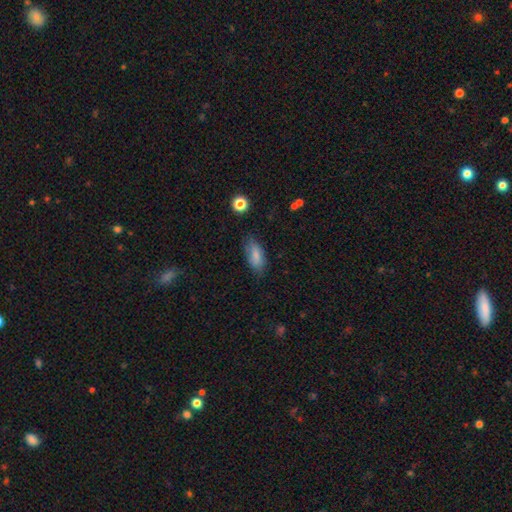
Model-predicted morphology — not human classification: smooth 80%, featured or disk 12%, star or artifact 8%. Down the decision tree: how rounded — in between (85%); merging — none (70%).